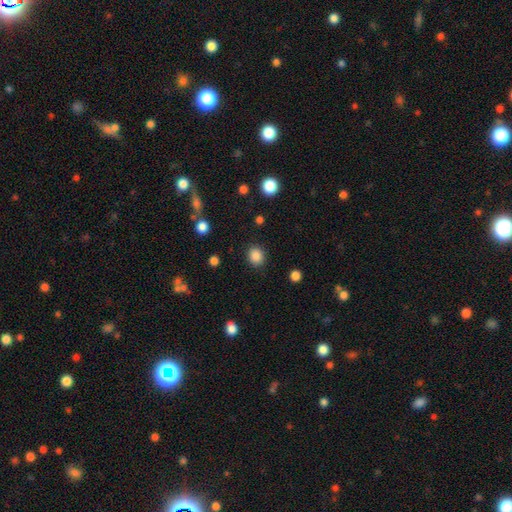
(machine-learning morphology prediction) This appears to be a smooth galaxy with no disk features (87%) that is round (75%). Merging: none (89%).